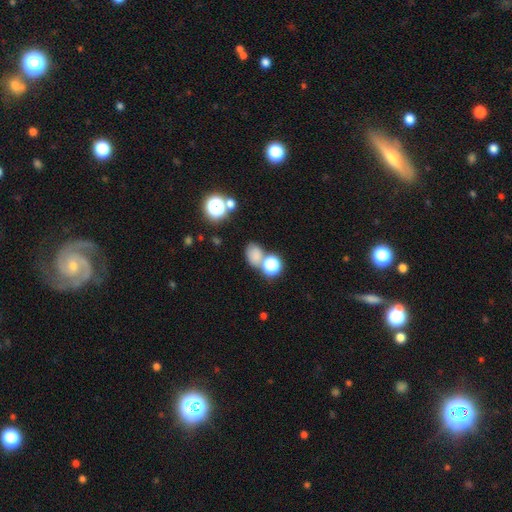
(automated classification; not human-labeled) smooth 73%, star or artifact 20%, featured or disk 8%. Down the decision tree: how rounded — in between (61%); merging — none (56%).